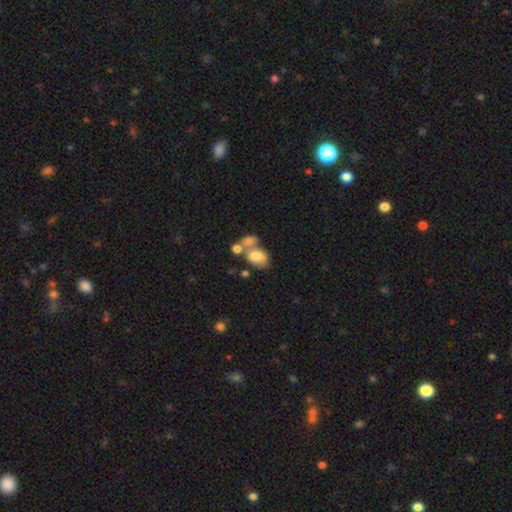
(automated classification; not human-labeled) Smooth or featured?
  - smooth: 68% *
  - featured or disk: 22%
  - star or artifact: 9%
How rounded?
  - in between: 77% *
  - round: 21%
  - cigar-shaped: 1%
Merging?
  - merger: 55% *
  - none: 24%
  - minor disturbance: 12%
  - major disturbance: 9%